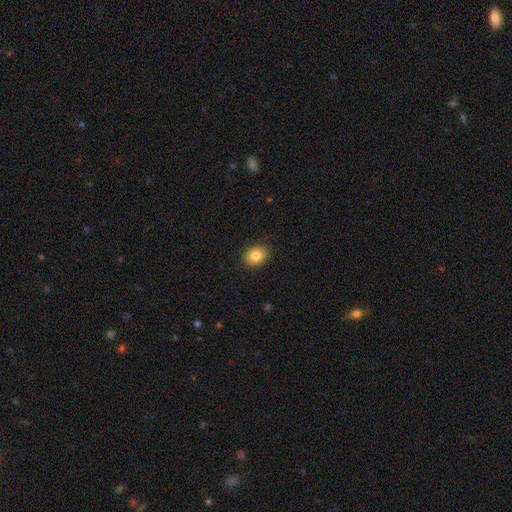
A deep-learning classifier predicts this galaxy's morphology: Smooth or featured? smooth (83%)
How rounded? in between (58%)
Merging? none (89%)